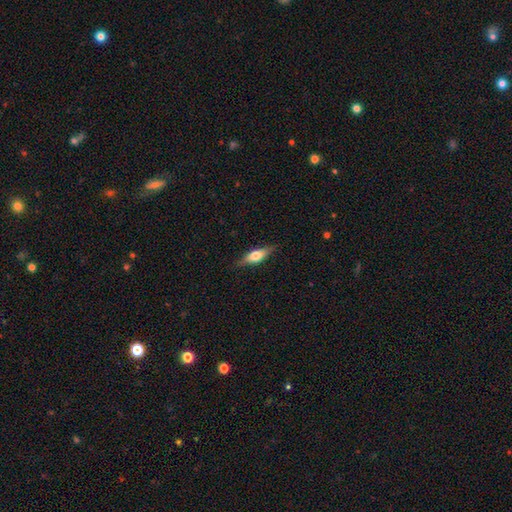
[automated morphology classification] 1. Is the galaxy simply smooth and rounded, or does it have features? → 50% featured or disk, 43% smooth, 7% star or artifact.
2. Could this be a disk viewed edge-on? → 92% yes, 8% no.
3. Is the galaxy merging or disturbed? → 84% none, 12% minor disturbance, 3% major disturbance, 1% merger.